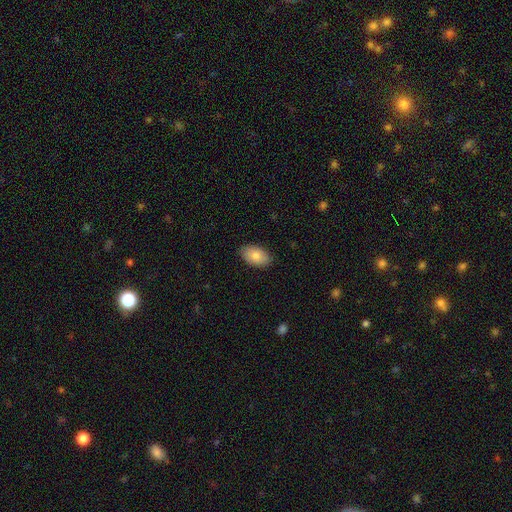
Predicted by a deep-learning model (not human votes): The model was most divided on "smooth or featured": smooth: 83%, featured or disk: 10%, star or artifact: 6%. More confident: how rounded — in between (93%); merging — none (87%).